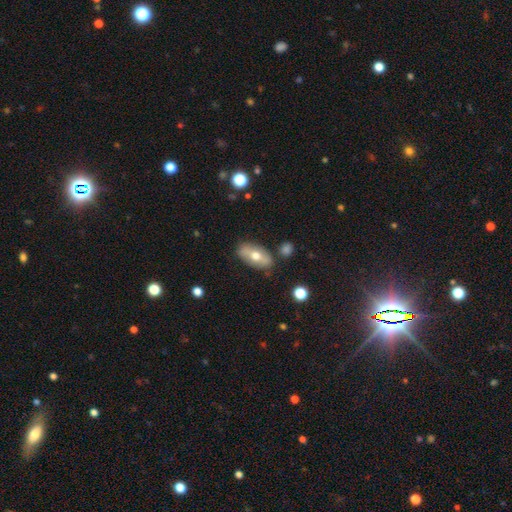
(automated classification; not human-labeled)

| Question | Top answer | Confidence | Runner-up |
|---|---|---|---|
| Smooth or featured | smooth | 57% | featured or disk (36%) |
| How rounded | in between | 89% | cigar-shaped (6%) |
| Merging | none | 79% | minor disturbance (14%) |